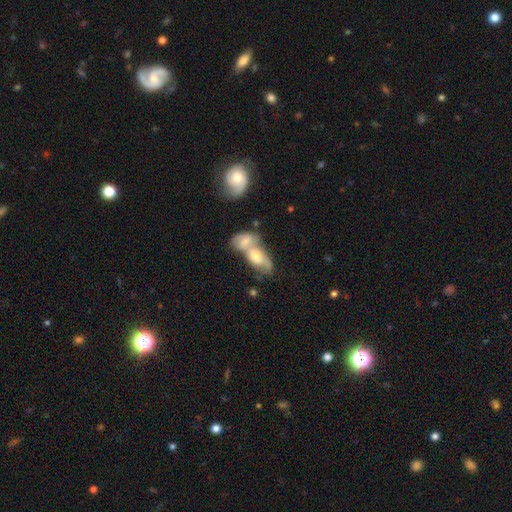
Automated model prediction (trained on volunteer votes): Overall: featured or disk (51%; smooth 39%). Edge-on disk: no (92%). Merging: merger (68%).